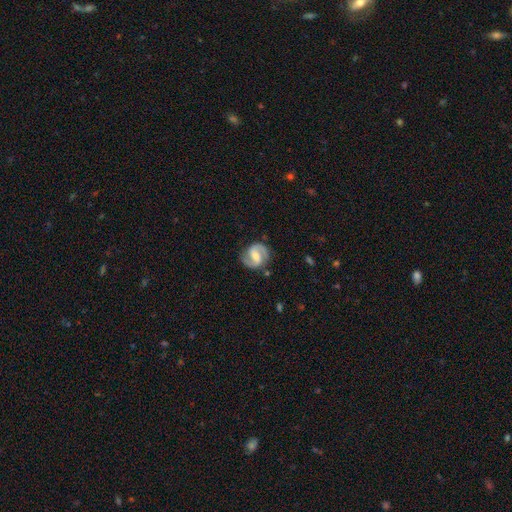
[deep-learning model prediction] smooth_or_featured: featured or disk (p=0.86) [alt: smooth p=0.09]
disk_edge_on: no (p=0.98) [alt: yes p=0.02]
bar: weak (p=0.46) [alt: strong p=0.33]
has_spiral_arms: yes (p=0.96) [alt: no p=0.04]
spiral_winding: medium (p=0.55) [alt: tight p=0.26]
spiral_arm_count: 2 (p=0.93) [alt: can't tell p=0.03]
bulge_size: moderate (p=0.52) [alt: small p=0.38]
merging: none (p=0.83) [alt: minor disturbance p=0.12]